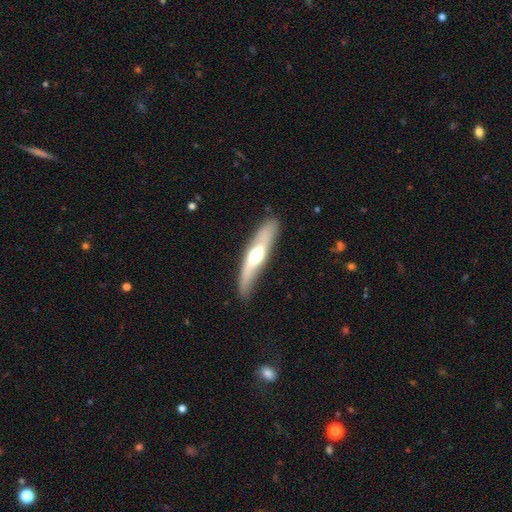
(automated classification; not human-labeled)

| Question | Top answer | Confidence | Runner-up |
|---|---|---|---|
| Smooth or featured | featured or disk | 57% | smooth (38%) |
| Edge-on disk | yes | 75% | no (25%) |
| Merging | none | 83% | minor disturbance (12%) |